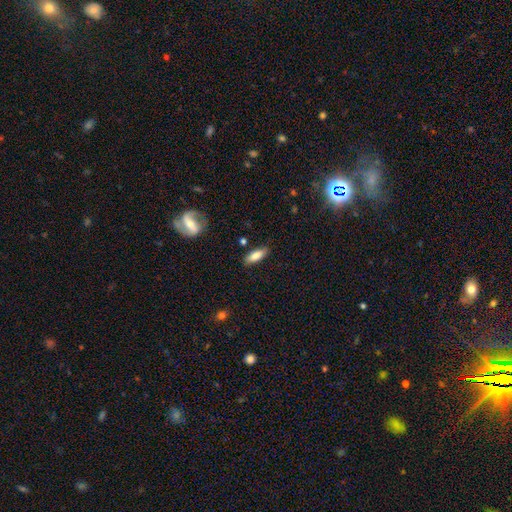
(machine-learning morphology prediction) Smooth or featured?
  - smooth: 81% *
  - featured or disk: 13%
  - star or artifact: 6%
How rounded?
  - in between: 65% *
  - cigar-shaped: 33%
  - round: 2%
Merging?
  - none: 81% *
  - minor disturbance: 14%
  - major disturbance: 3%
  - merger: 2%